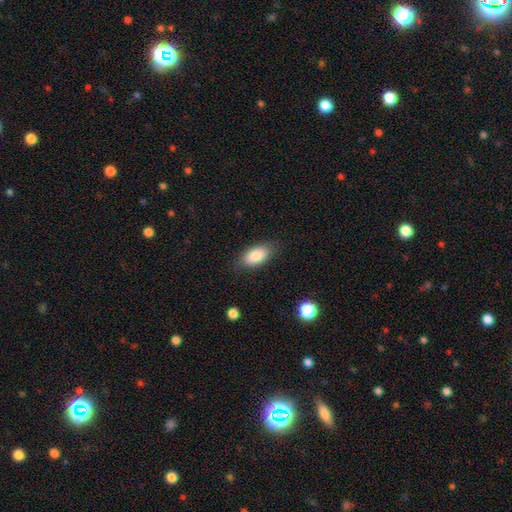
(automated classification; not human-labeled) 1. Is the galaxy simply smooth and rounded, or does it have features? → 83% smooth, 10% featured or disk, 7% star or artifact.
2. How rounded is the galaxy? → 91% in between, 5% cigar-shaped, 4% round.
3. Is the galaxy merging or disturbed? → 83% none, 13% minor disturbance, 3% major disturbance, 1% merger.